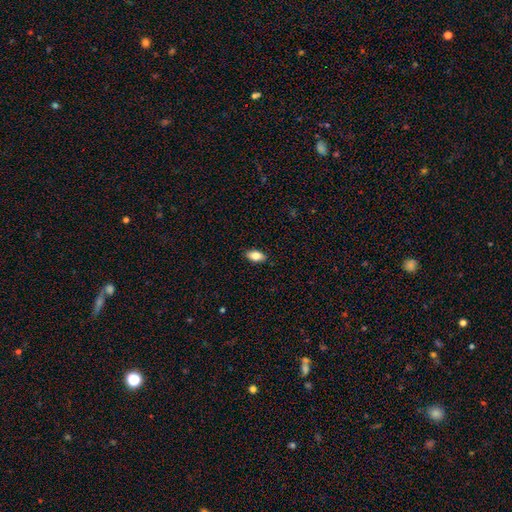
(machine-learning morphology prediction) smooth 82%, featured or disk 10%, star or artifact 8%. Down the decision tree: how rounded — in between (90%); merging — none (88%).